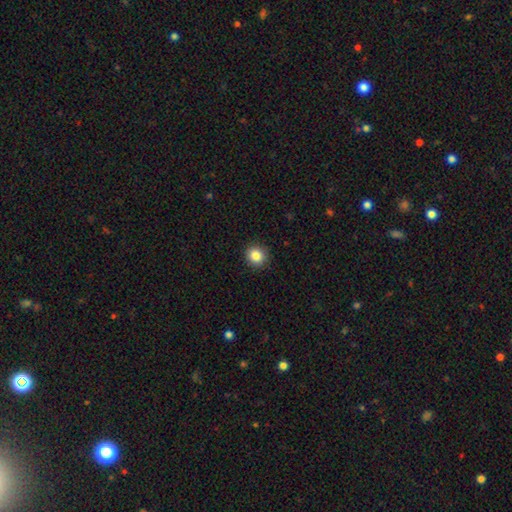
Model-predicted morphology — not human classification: Smooth or featured: smooth — 85% (star or artifact — 10%)
How rounded: round — 88% (in between — 11%)
Merging: none — 91% (minor disturbance — 6%)